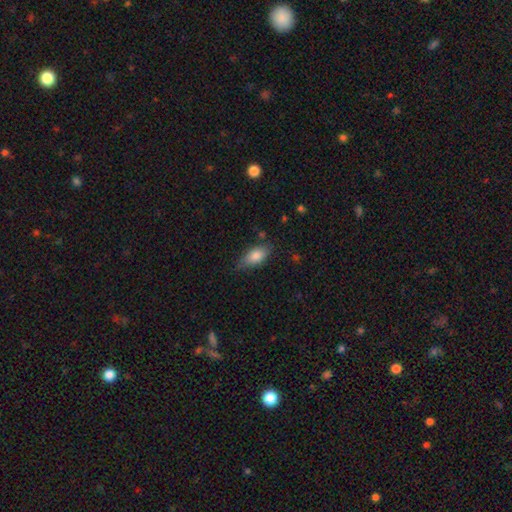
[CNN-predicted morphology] Smooth or featured? Predicted: smooth (p=0.81). How rounded? Predicted: in between (p=0.86). Merging? Predicted: none (p=0.69).